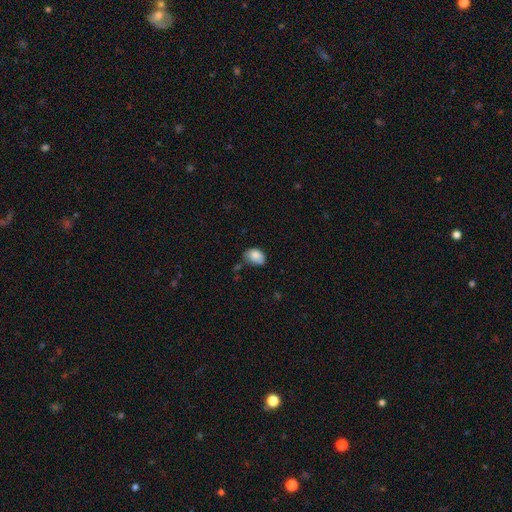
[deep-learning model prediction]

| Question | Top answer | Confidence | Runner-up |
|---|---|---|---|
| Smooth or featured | smooth | 82% | featured or disk (9%) |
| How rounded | in between | 80% | round (19%) |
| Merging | none | 50% | minor disturbance (35%) |